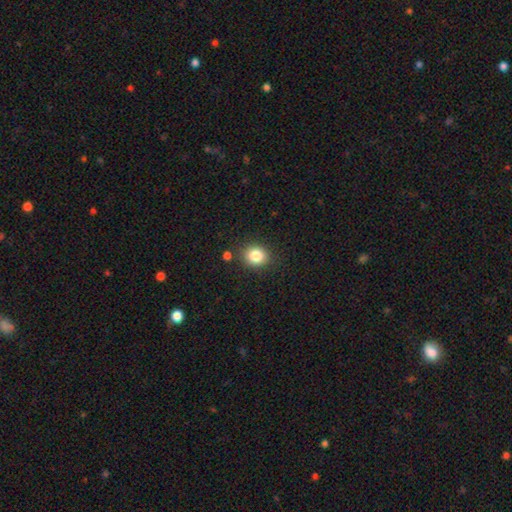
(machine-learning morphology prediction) Q: Smooth or featured?
A: smooth (84%); runner-up: star or artifact (10%)
Q: How rounded?
A: round (72%); runner-up: in between (27%)
Q: Merging?
A: none (84%); runner-up: minor disturbance (9%)